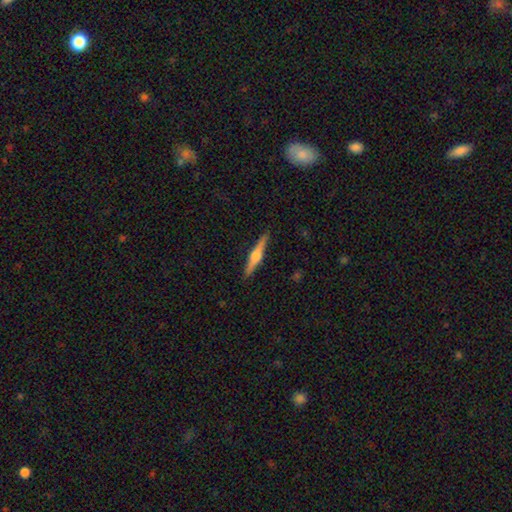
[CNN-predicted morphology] The model was most divided on "smooth or featured": featured or disk: 68%, smooth: 26%, star or artifact: 6%. More confident: edge-on disk — yes (98%); merging — none (91%); edge-on bulge — rounded (90%).